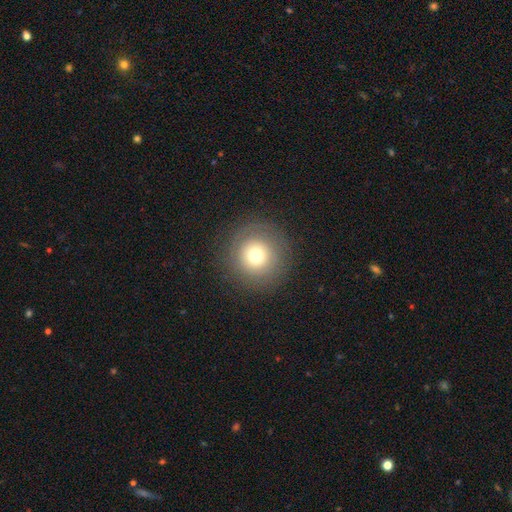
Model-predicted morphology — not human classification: Overall: smooth (70%). How rounded: round (96%). Merging: none (88%).